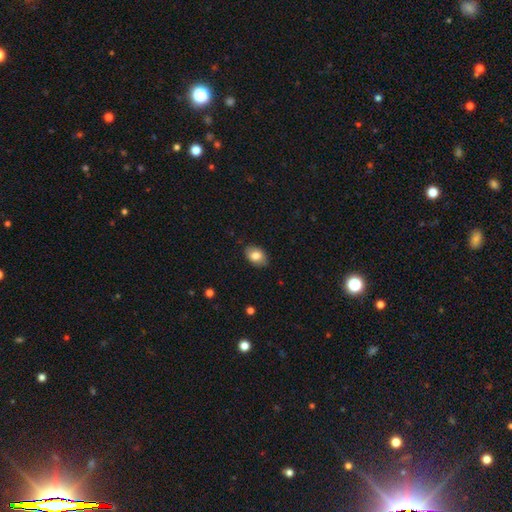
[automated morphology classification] This is clearly a smooth galaxy (80%). How rounded: clearly in between (83%). Merging: clearly none (84%).